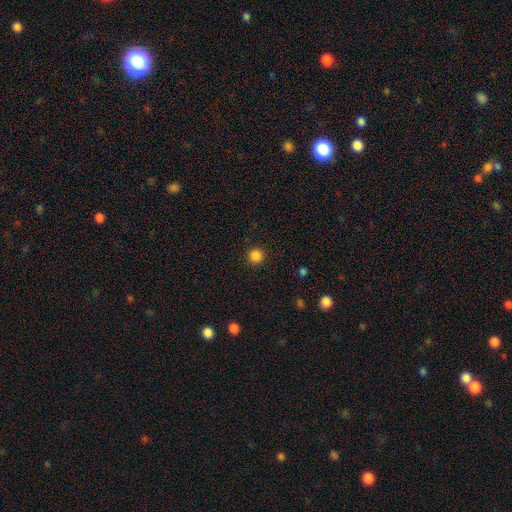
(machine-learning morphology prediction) smooth 85%, star or artifact 12%, featured or disk 3%. Down the decision tree: how rounded — round (95%); merging — none (92%).